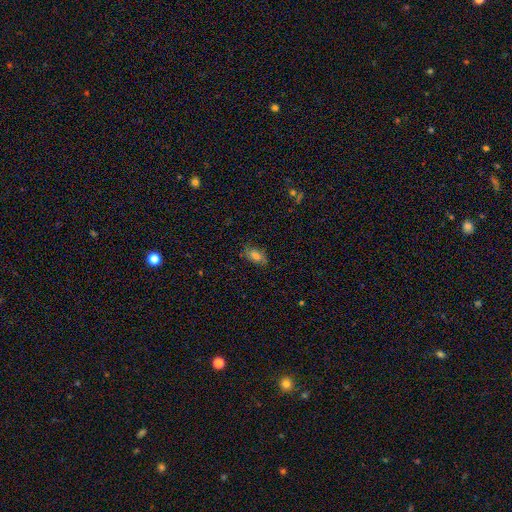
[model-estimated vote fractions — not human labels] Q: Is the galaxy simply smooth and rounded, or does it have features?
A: smooth — 77%.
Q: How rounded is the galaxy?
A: in between — 88%.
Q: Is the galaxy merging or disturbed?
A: none — 78%.